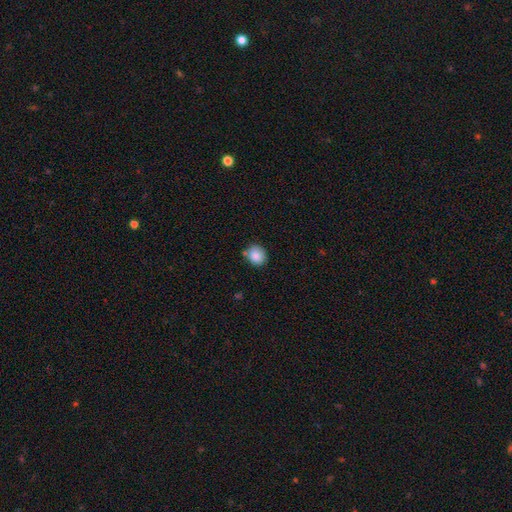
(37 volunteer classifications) This is clearly a smooth galaxy (89%). How rounded: likely round (67%). Merging: likely none (72%).